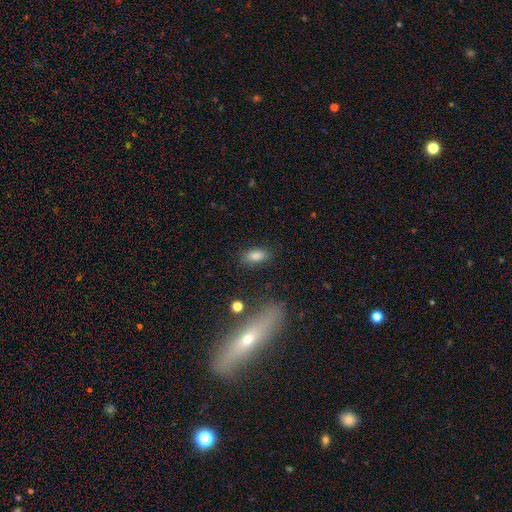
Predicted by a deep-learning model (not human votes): Smooth or featured? smooth (81%)
How rounded? in between (84%)
Merging? none (82%)